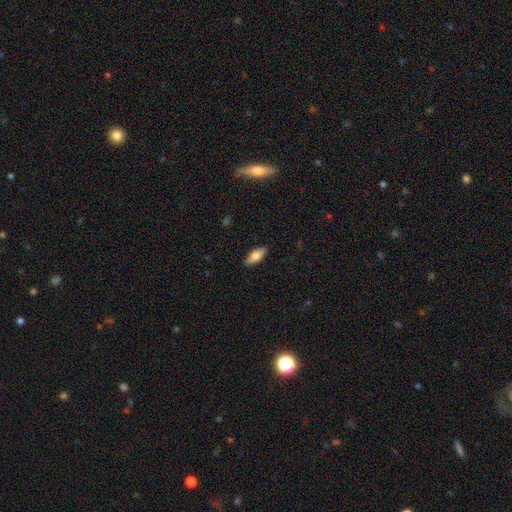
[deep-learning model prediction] Morphology: type=smooth (72%); roundness=in between (78%); merging=none (88%).